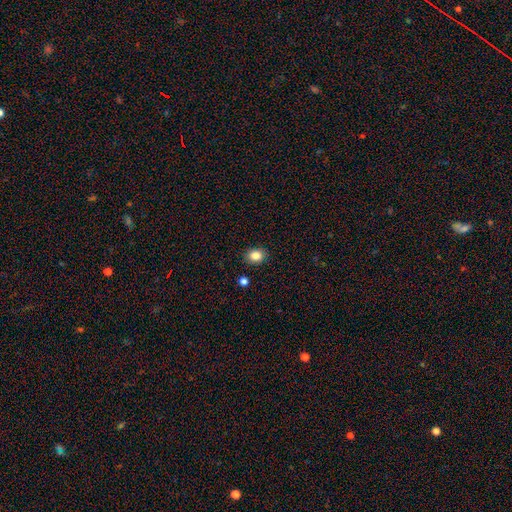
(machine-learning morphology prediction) Q: Smooth or featured?
A: smooth (84%); runner-up: star or artifact (10%)
Q: How rounded?
A: round (54%); runner-up: in between (45%)
Q: Merging?
A: none (88%); runner-up: minor disturbance (8%)